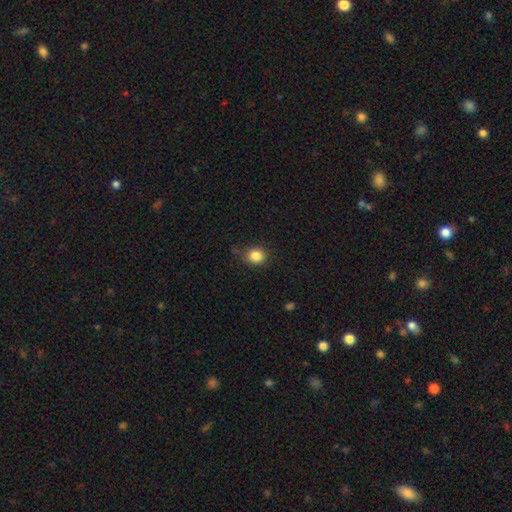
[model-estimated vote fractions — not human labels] Morphology: type=smooth (85%); roundness=round (78%); merging=none (78%).